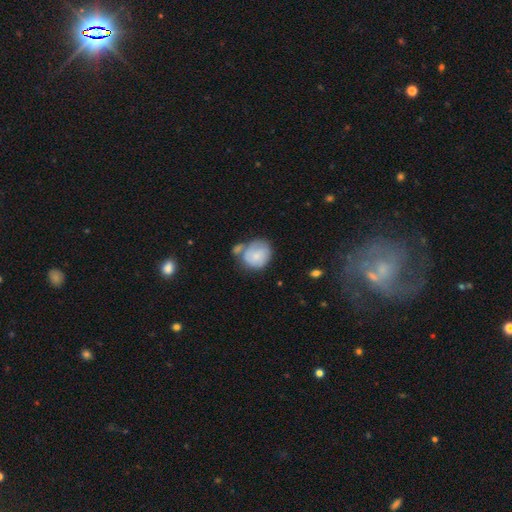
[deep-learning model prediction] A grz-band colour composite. It shows a smooth galaxy with no disk features (69%) that is round (69%). Merging: none (35%).